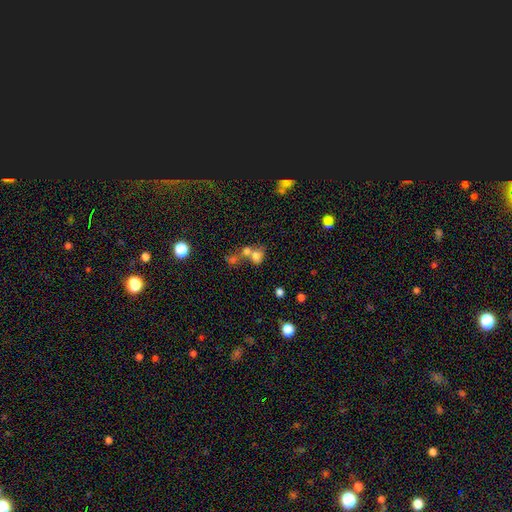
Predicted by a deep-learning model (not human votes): smooth-or-featured: smooth: 69% | featured or disk: 16% | star or artifact: 15%
  how-rounded: round: 58% | in between: 41% | cigar-shaped: 2%
  merging: merger: 54% | none: 31% | minor disturbance: 9% | major disturbance: 7%